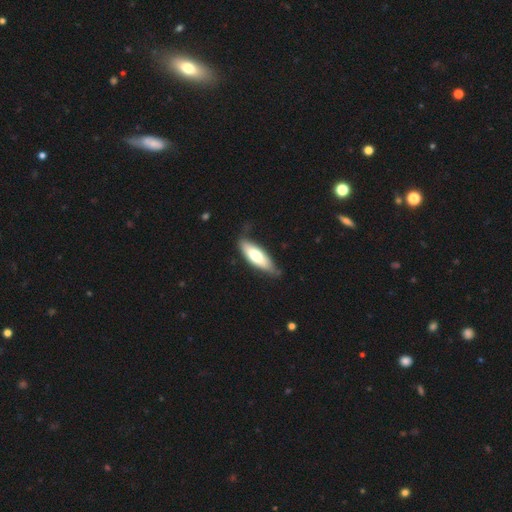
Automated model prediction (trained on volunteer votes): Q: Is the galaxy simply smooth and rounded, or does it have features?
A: smooth — 64%.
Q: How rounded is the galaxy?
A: in between — 57%.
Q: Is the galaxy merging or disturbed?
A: none — 66%.